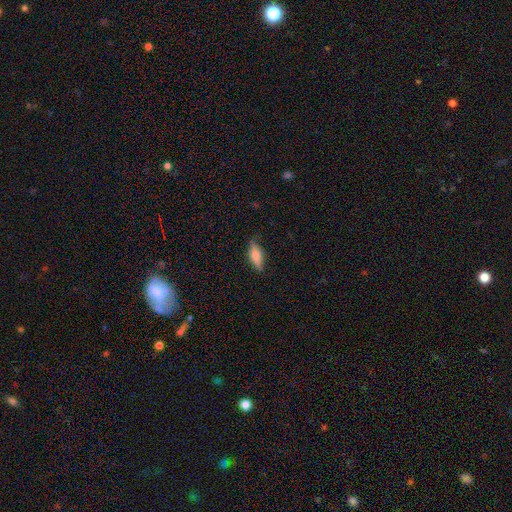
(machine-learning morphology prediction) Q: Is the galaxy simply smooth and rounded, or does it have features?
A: smooth — 65%.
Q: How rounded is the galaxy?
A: in between — 59%.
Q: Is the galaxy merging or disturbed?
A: none — 80%.